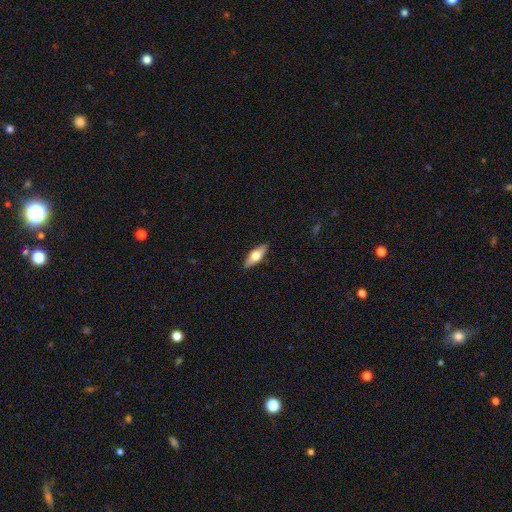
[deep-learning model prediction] Smooth or featured?
  - smooth: 59% *
  - featured or disk: 35%
  - star or artifact: 6%
How rounded?
  - in between: 66% *
  - cigar-shaped: 31%
  - round: 3%
Merging?
  - none: 89% *
  - minor disturbance: 8%
  - major disturbance: 2%
  - merger: 1%